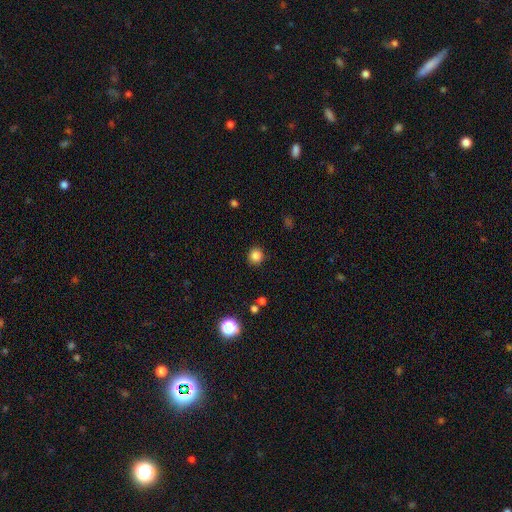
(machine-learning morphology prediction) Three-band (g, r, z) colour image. It shows a smooth galaxy with no disk features (84%) that is round (90%). Merging: none (90%).